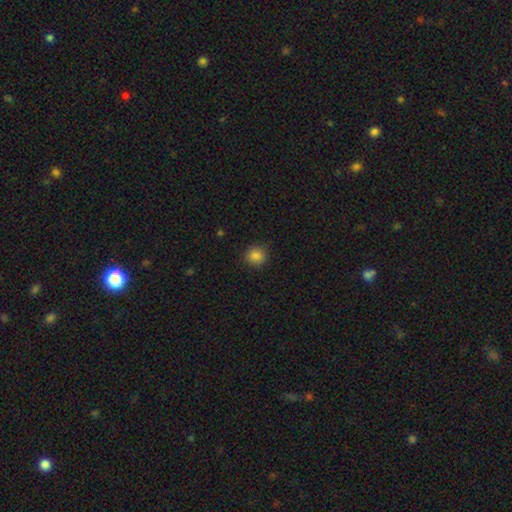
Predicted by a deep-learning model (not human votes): Morphology: type=smooth (86%); roundness=round (89%); merging=none (88%).